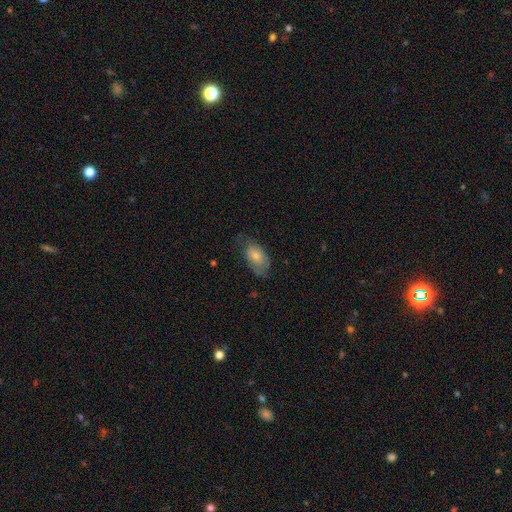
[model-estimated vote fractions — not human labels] This appears to be a smooth galaxy with no disk features (64%) that is in between round and cigar-shaped (91%). Merging: none (53%).